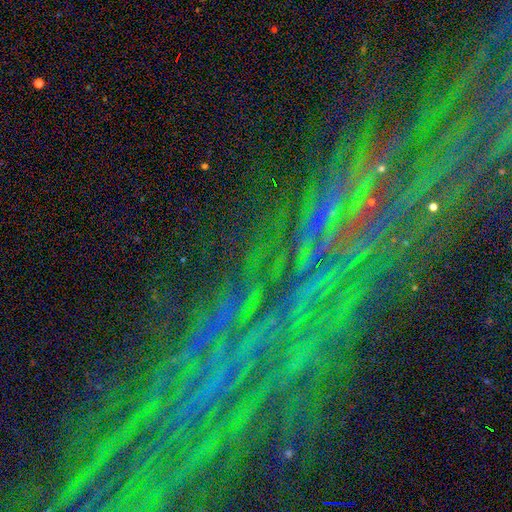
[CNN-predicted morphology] Q: Smooth or featured?
A: star or artifact (78%); runner-up: featured or disk (13%)